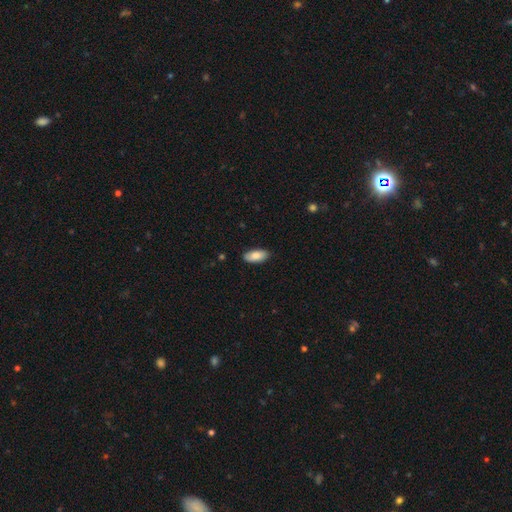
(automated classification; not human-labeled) Overall: smooth (84%). How rounded: in between (89%). Merging: none (86%).